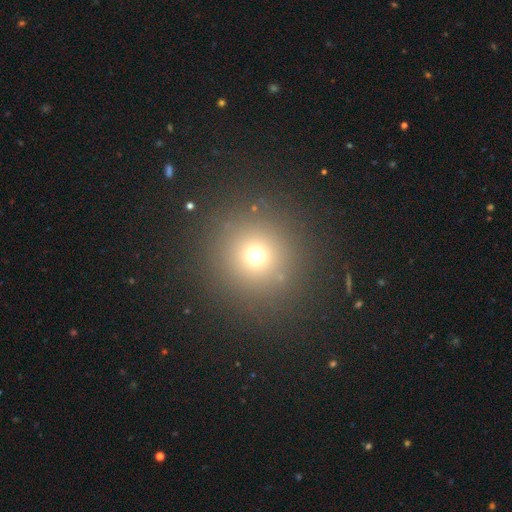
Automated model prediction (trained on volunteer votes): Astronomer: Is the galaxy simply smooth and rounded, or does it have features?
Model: smooth — 69%.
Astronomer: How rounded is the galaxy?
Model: round — 94%.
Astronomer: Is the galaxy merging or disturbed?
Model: none — 88%.